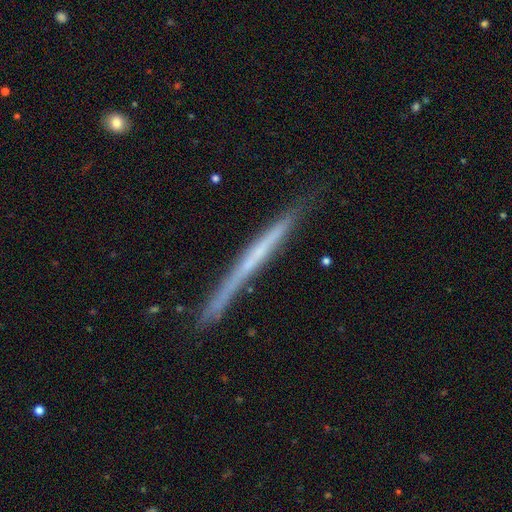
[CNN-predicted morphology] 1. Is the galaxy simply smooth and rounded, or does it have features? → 61% featured or disk, 33% smooth, 6% star or artifact.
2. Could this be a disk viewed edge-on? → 97% yes, 3% no.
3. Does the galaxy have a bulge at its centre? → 88% none, 8% rounded, 5% boxy.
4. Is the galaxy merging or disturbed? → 84% none, 12% minor disturbance, 2% major disturbance, 2% merger.